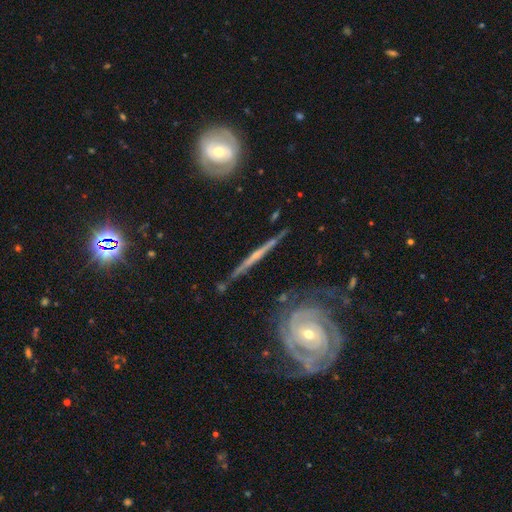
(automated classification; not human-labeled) Morphology: type=featured or disk (79%); edge-on=yes (92%); edge-on bulge=none (55%); merging=none (77%).